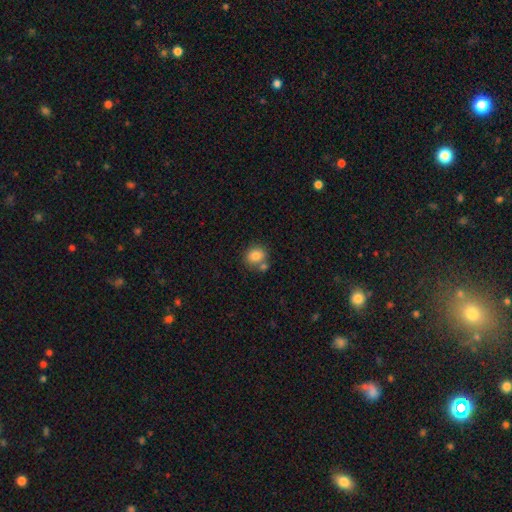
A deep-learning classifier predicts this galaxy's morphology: This appears to be a smooth galaxy with no disk features (82%) that is round (69%). Merging: none (62%).